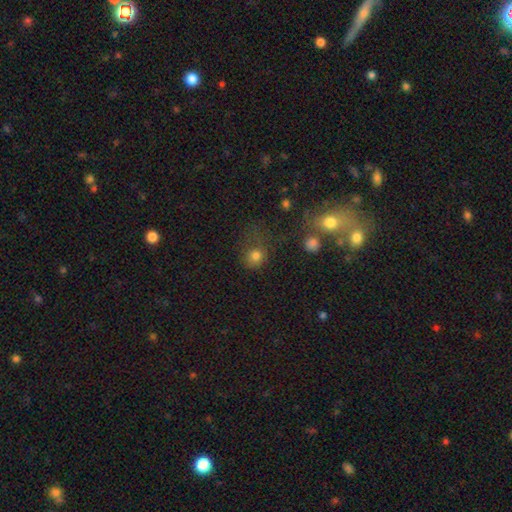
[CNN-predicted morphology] Smooth or featured? Predicted: smooth (p=0.75). How rounded? Predicted: round (p=0.82). Merging? Predicted: none (p=0.55).